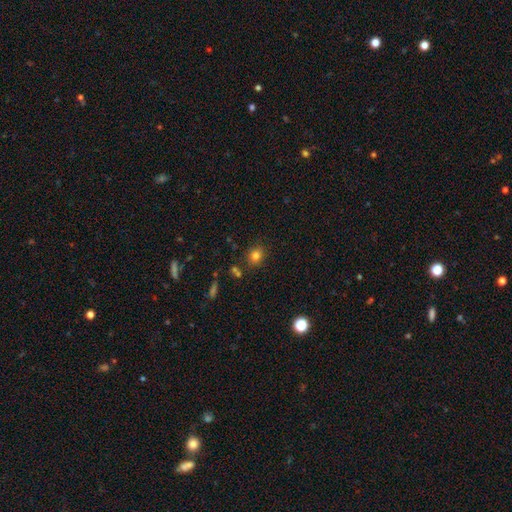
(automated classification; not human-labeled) Smooth or featured? smooth (79%)
How rounded? round (74%)
Merging? none (82%)